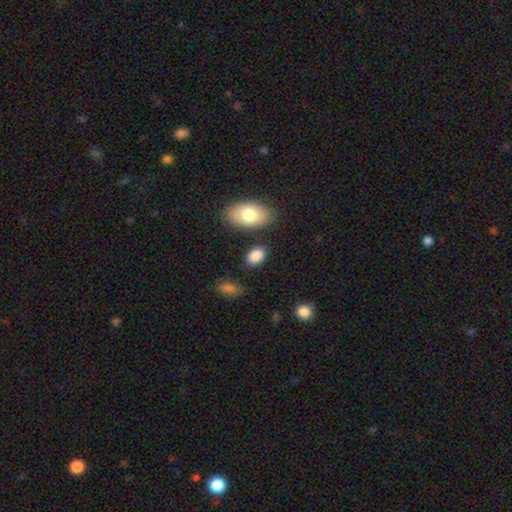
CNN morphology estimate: A smooth galaxy with no disk features (85%) that is in between round and cigar-shaped (87%). Merging: none (80%).